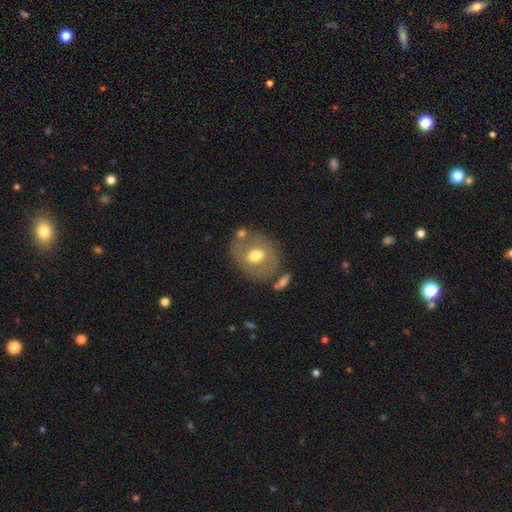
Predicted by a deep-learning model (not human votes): A smooth galaxy with no disk features (59%) that is round (62%).

Vote fractions:
- Smooth or featured? smooth: 59% / featured or disk: 33% / star or artifact: 8%
- How rounded? round: 62% / in between: 37% / cigar-shaped: 1%
- Merging? none: 69% / minor disturbance: 16% / merger: 9% / major disturbance: 6%